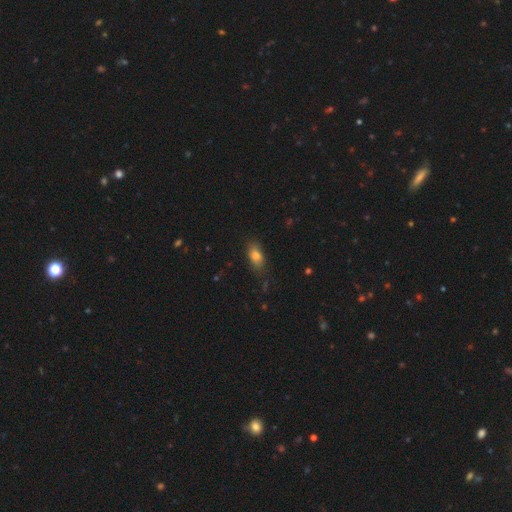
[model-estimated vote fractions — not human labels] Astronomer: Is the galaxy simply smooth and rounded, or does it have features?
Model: smooth — 79%.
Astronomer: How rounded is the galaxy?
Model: in between — 83%.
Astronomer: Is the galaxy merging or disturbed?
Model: none — 79%.